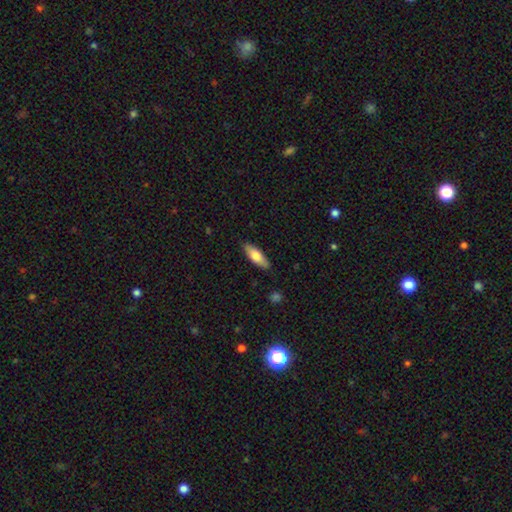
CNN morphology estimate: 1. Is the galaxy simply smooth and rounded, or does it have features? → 69% smooth, 25% featured or disk, 6% star or artifact.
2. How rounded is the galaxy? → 62% in between, 36% cigar-shaped, 2% round.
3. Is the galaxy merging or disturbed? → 87% none, 10% minor disturbance, 2% major disturbance, 1% merger.